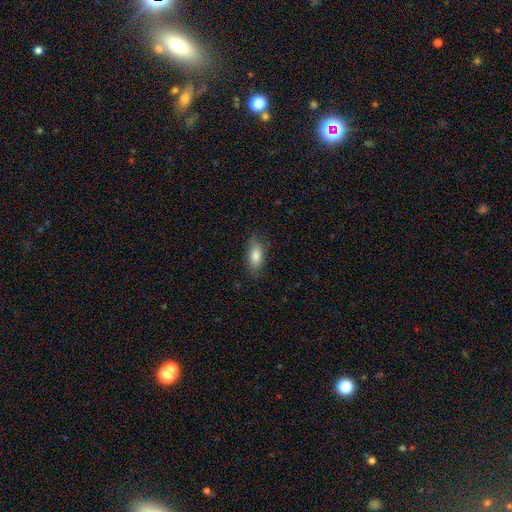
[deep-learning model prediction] Overall: smooth (83%). How rounded: in between (85%). Merging: none (81%).